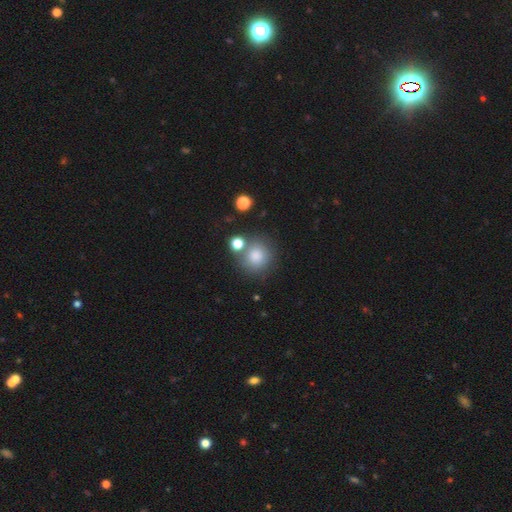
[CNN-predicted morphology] smooth-or-featured: smooth: 82% | star or artifact: 10% | featured or disk: 8%
  how-rounded: round: 88% | in between: 11% | cigar-shaped: 1%
  merging: none: 67% | merger: 16% | minor disturbance: 12% | major disturbance: 5%